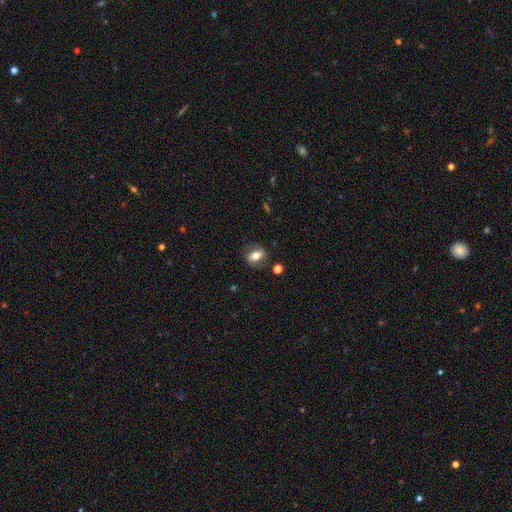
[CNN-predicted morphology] A smooth galaxy with no disk features (48%).

Vote fractions:
- Smooth or featured? smooth: 48% / featured or disk: 44% / star or artifact: 8%
- Merging? none: 72% / minor disturbance: 17% / major disturbance: 8% / merger: 3%